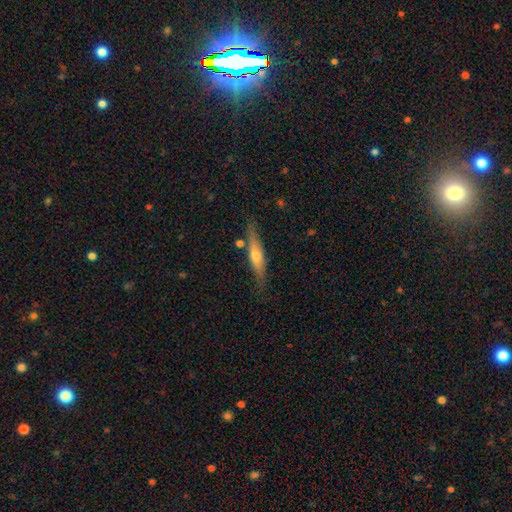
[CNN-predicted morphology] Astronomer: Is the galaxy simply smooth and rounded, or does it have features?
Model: featured or disk — 55% (runner-up: smooth, 39%).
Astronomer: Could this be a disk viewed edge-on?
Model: yes — 91%.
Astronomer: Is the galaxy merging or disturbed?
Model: none — 79%.